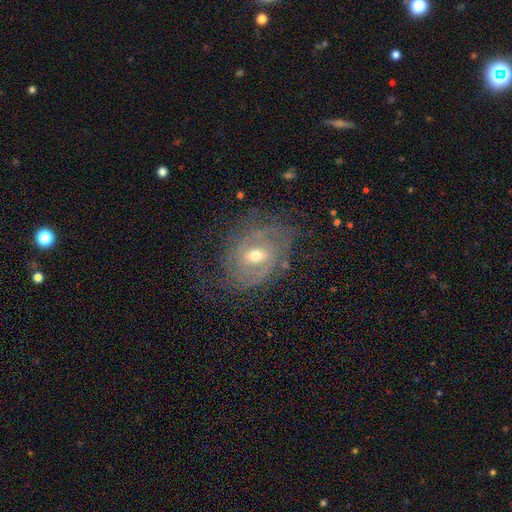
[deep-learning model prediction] This is clearly a featured or disk galaxy (81%). It is clearly not viewed edge-on (96%). Bar: possibly weak (46%). Spiral arm pattern: clearly yes (88%). Spiral arm count: marginally 2 (41%). Spiral winding: possibly tight (57%). Central bulge: likely moderate (67%). Merging: likely none (65%).